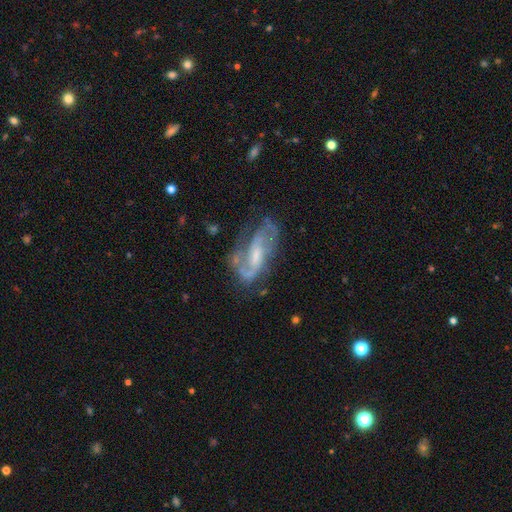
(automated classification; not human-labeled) Smooth or featured? featured or disk (79%)
Edge-on disk? no (93%)
Bar? weak (45%)
Spiral arms? yes (87%)
Spiral winding? medium (45%)
Spiral arm count? 2 (65%)
Bulge size? small (46%)
Merging? none (54%)